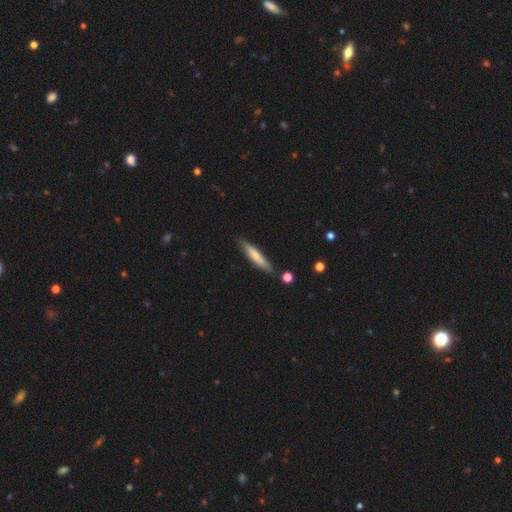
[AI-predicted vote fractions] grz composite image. It shows a smooth galaxy with no disk features (67%) that is cigar-shaped (88%). Merging: none (81%).